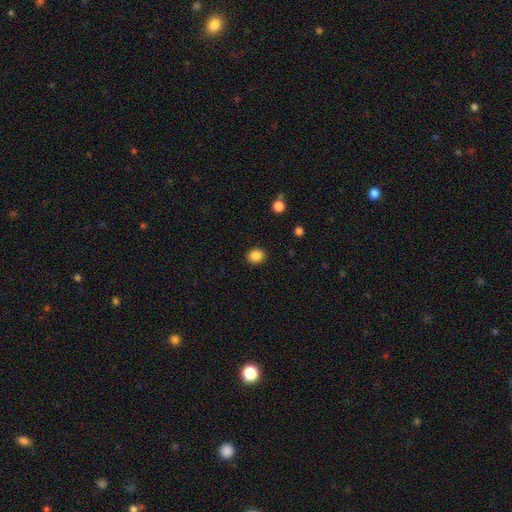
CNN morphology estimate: Smooth or featured: smooth — 87% (star or artifact — 10%)
How rounded: round — 65% (in between — 34%)
Merging: none — 90% (minor disturbance — 7%)